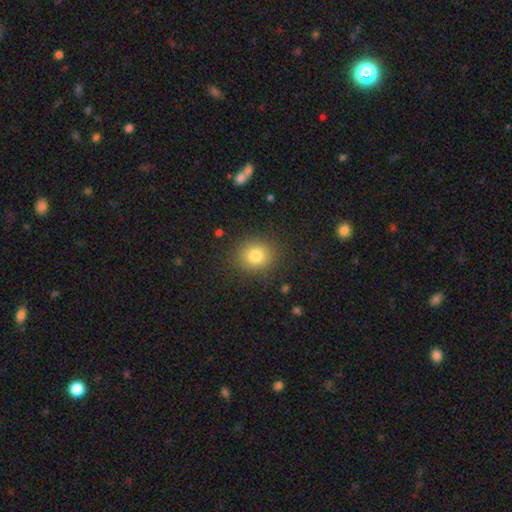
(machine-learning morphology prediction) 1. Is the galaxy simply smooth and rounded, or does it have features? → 82% smooth, 11% star or artifact, 7% featured or disk.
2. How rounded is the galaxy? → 77% round, 22% in between, 1% cigar-shaped.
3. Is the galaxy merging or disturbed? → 87% none, 9% minor disturbance, 3% major disturbance, 1% merger.